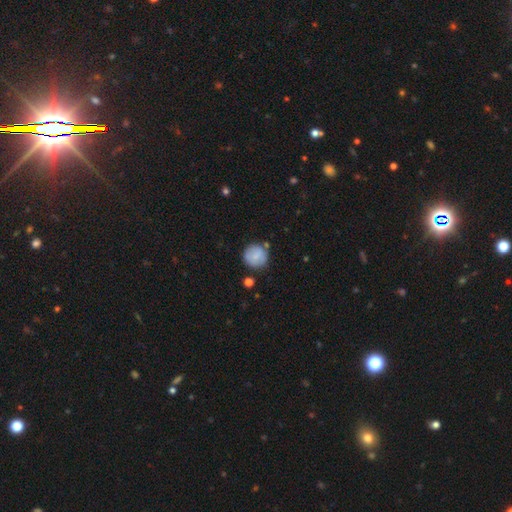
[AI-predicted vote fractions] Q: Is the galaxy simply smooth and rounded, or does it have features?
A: smooth — 78%.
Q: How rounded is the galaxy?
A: round — 92%.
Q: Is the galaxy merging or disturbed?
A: none — 74%.